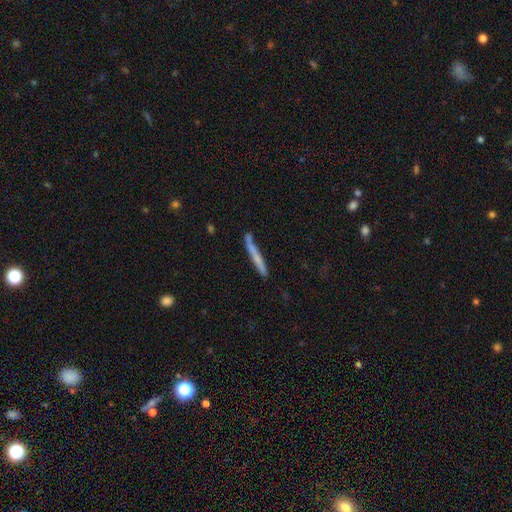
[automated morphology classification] type=smooth (57%); roundness=cigar-shaped (96%); merging=none (79%).